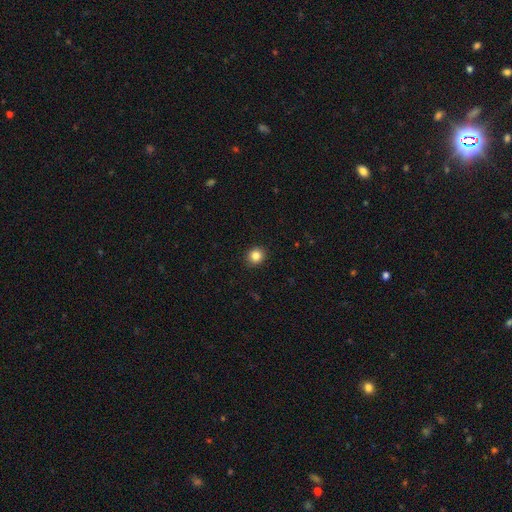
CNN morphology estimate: Q: Smooth or featured?
A: smooth (85%); runner-up: star or artifact (10%)
Q: How rounded?
A: round (86%); runner-up: in between (13%)
Q: Merging?
A: none (91%); runner-up: minor disturbance (6%)